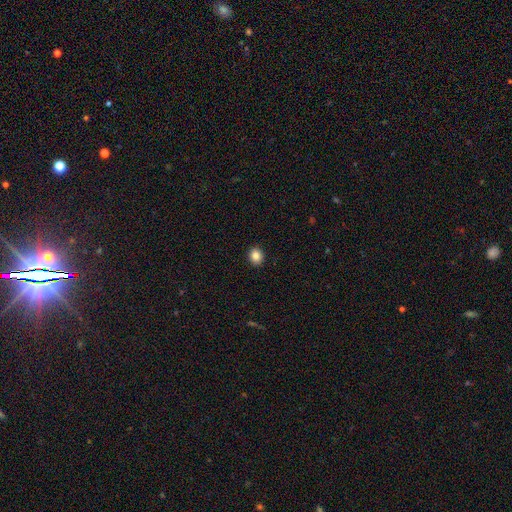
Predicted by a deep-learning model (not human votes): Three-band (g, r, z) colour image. It shows a smooth galaxy with no disk features (85%) that is round (68%). Merging: none (92%).